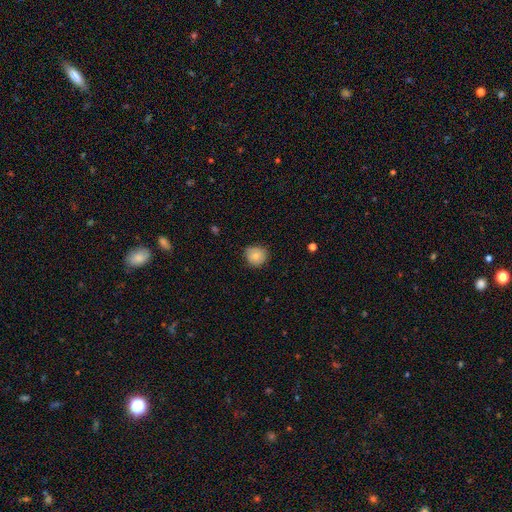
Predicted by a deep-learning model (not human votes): Smooth or featured?
  - smooth: 75% *
  - featured or disk: 16%
  - star or artifact: 8%
How rounded?
  - round: 87% *
  - in between: 12%
  - cigar-shaped: 1%
Merging?
  - none: 73% *
  - minor disturbance: 23%
  - major disturbance: 3%
  - merger: 1%